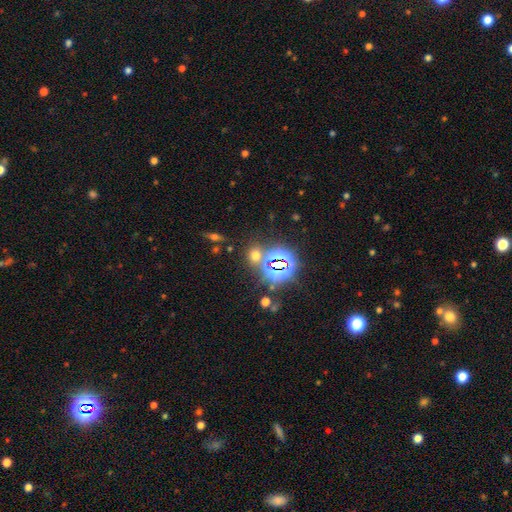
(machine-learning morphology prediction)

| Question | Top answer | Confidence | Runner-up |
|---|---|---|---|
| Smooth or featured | smooth | 48% | star or artifact (44%) |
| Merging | none | 73% | merger (14%) |